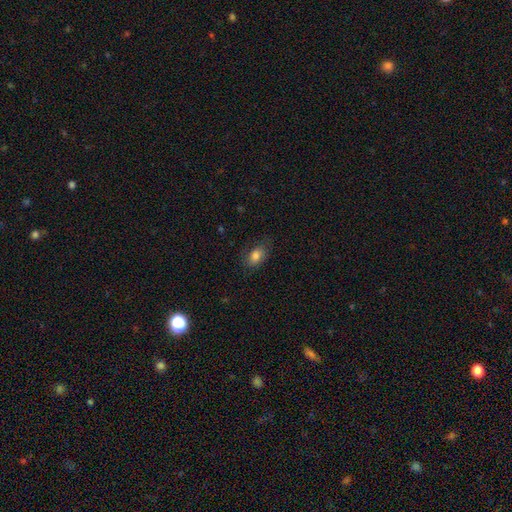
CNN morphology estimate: Smooth or featured: smooth — 81% (featured or disk — 9%)
How rounded: in between — 84% (round — 14%)
Merging: none — 75% (minor disturbance — 19%)